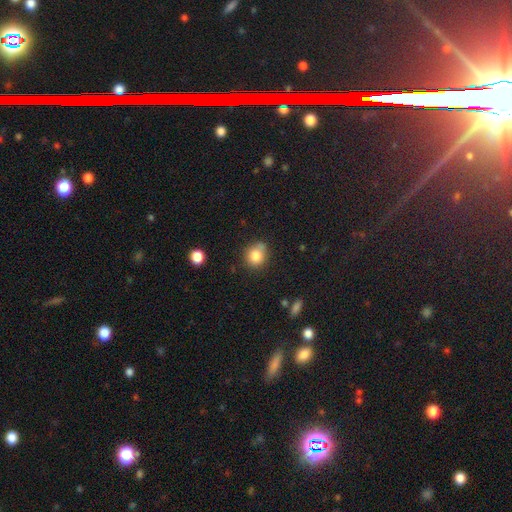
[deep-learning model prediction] Morphology: type=smooth (82%); roundness=round (82%); merging=none (65%).